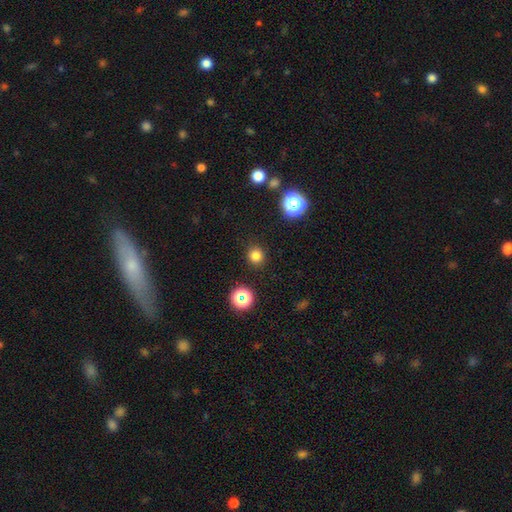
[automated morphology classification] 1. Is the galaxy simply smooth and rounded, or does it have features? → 80% smooth, 16% star or artifact, 4% featured or disk.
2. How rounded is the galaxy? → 91% round, 8% in between, 1% cigar-shaped.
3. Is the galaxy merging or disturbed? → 89% none, 7% minor disturbance, 3% major disturbance, 2% merger.